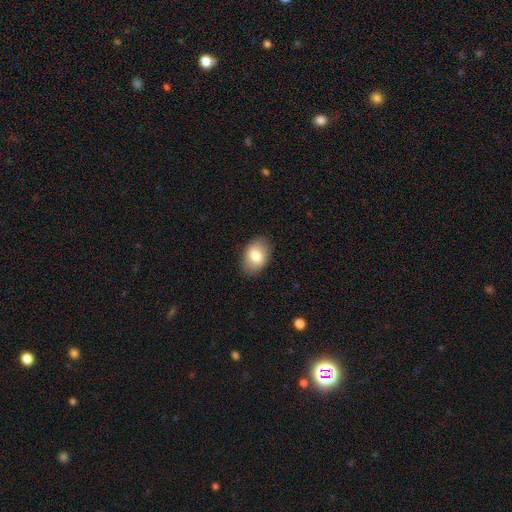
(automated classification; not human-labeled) Overall: smooth (77%). How rounded: in between (85%). Merging: none (86%).